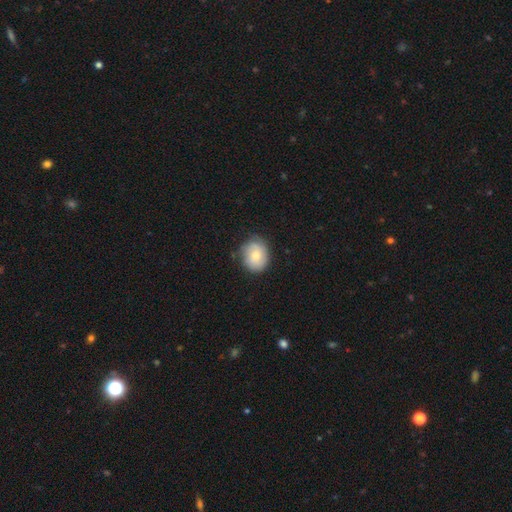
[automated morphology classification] type=smooth (71%); roundness=round (64%); merging=none (74%).